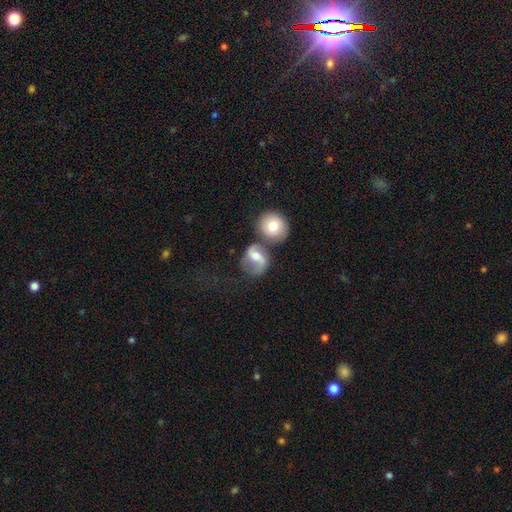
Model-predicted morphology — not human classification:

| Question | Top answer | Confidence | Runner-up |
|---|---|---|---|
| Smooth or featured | featured or disk | 57% | smooth (35%) |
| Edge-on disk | no | 96% | yes (4%) |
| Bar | weak | 44% | no (34%) |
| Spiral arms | yes | 81% | no (19%) |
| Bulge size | moderate | 66% | small (25%) |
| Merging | none | 42% | merger (31%) |